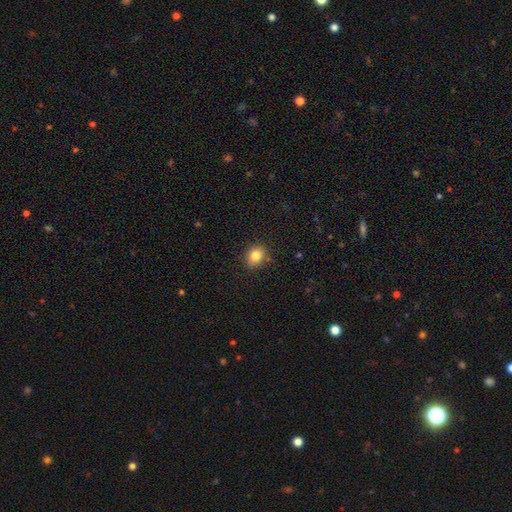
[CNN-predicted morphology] The model was most divided on "how rounded": round: 54%, in between: 45%, cigar-shaped: 1%. More confident: merging — none (87%); smooth or featured — smooth (83%).